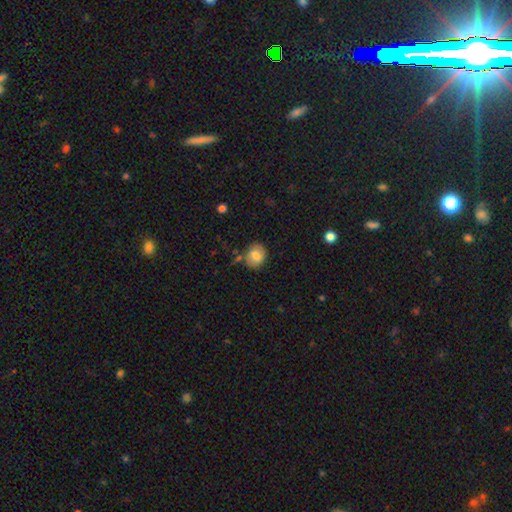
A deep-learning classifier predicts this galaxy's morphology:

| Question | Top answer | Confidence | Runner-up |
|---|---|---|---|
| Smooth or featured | smooth | 72% | featured or disk (20%) |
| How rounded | round | 56% | in between (43%) |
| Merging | none | 72% | minor disturbance (17%) |